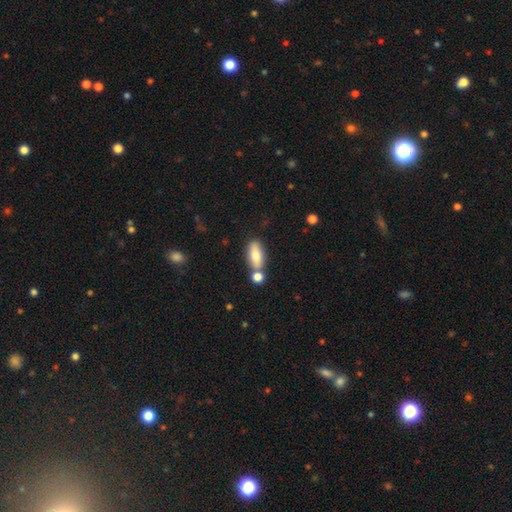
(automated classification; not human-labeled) Smooth or featured? smooth (78%)
How rounded? in between (77%)
Merging? none (63%)